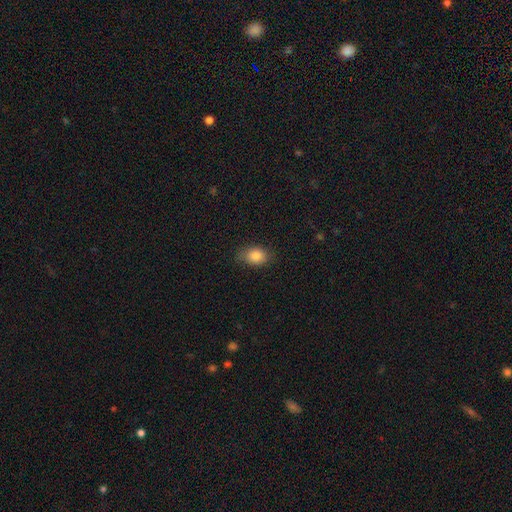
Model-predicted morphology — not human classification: Q: Smooth or featured?
A: smooth (85%); runner-up: star or artifact (9%)
Q: How rounded?
A: in between (70%); runner-up: round (28%)
Q: Merging?
A: none (76%); runner-up: minor disturbance (19%)